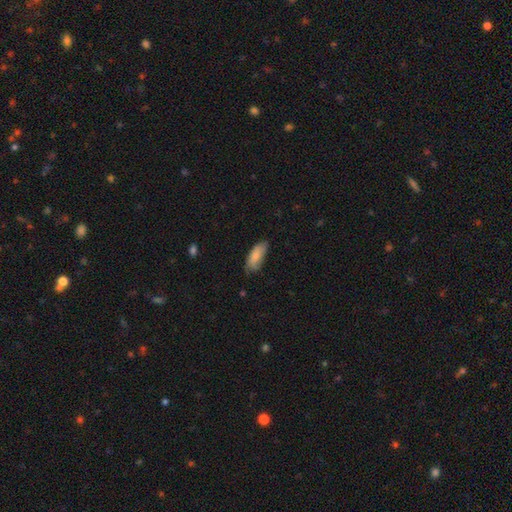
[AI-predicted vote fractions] Smooth or featured? Predicted: smooth (p=0.83). How rounded? Predicted: in between (p=0.80). Merging? Predicted: none (p=0.63).